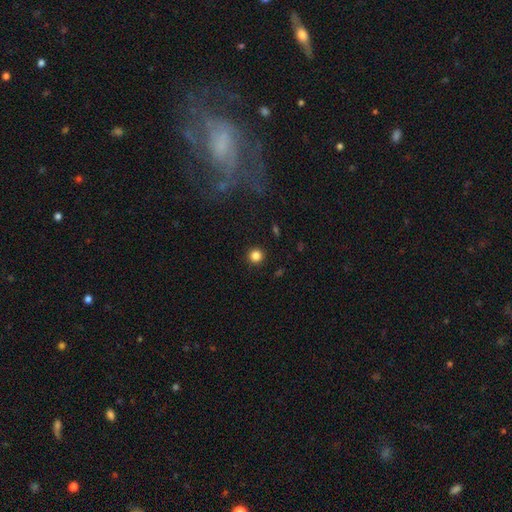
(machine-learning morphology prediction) smooth-or-featured: smooth: 84% | star or artifact: 12% | featured or disk: 4%
  how-rounded: round: 95% | in between: 4% | cigar-shaped: 1%
  merging: none: 93% | minor disturbance: 5% | major disturbance: 2% | merger: 1%